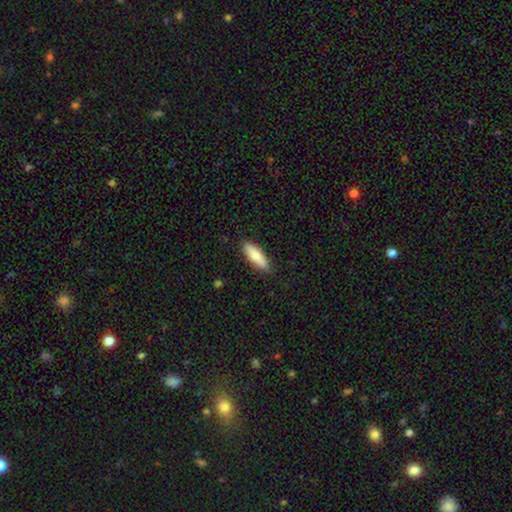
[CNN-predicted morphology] smooth 82%, featured or disk 13%, star or artifact 5%. Down the decision tree: how rounded — cigar-shaped (59%); merging — none (88%).